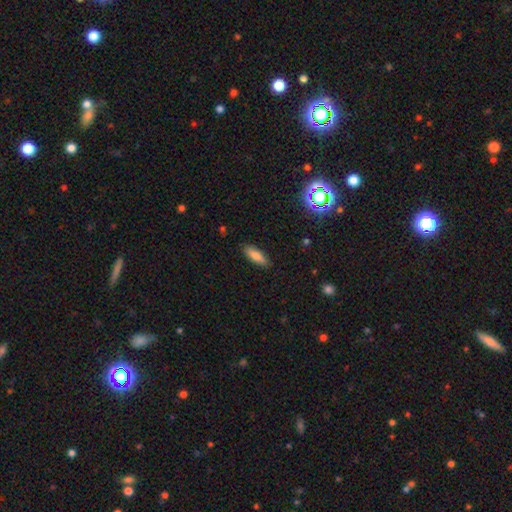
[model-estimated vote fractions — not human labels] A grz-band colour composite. It shows a smooth galaxy with no disk features (78%) that is in between round and cigar-shaped (56%). Merging: none (87%).